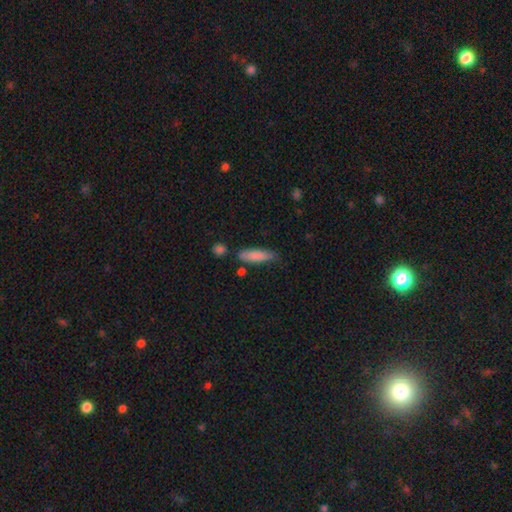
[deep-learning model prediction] Smooth or featured: smooth — 83% (featured or disk — 11%)
How rounded: cigar-shaped — 63% (in between — 35%)
Merging: none — 73% (minor disturbance — 19%)